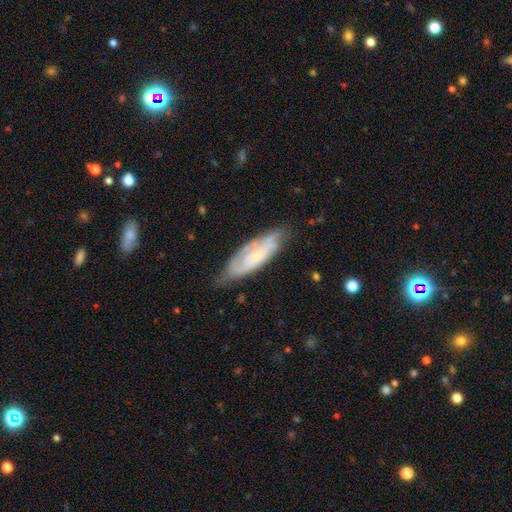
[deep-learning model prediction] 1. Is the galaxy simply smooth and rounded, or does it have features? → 59% featured or disk, 34% smooth, 7% star or artifact.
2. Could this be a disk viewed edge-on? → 81% no, 19% yes.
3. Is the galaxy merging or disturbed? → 62% none, 28% minor disturbance, 8% major disturbance, 2% merger.